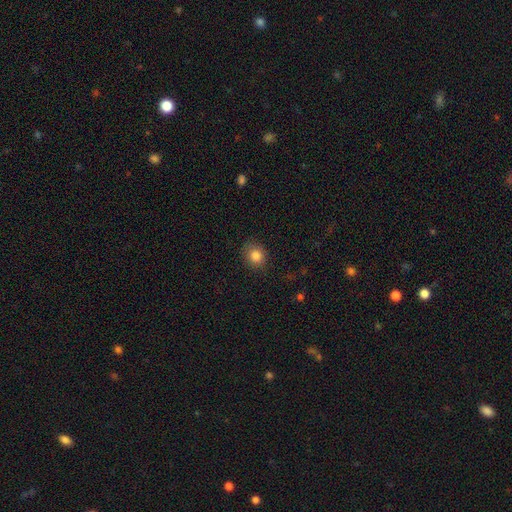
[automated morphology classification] Smooth or featured?
  - smooth: 83% *
  - star or artifact: 11%
  - featured or disk: 6%
How rounded?
  - round: 68% *
  - in between: 31%
  - cigar-shaped: 1%
Merging?
  - none: 84% *
  - minor disturbance: 11%
  - major disturbance: 3%
  - merger: 1%